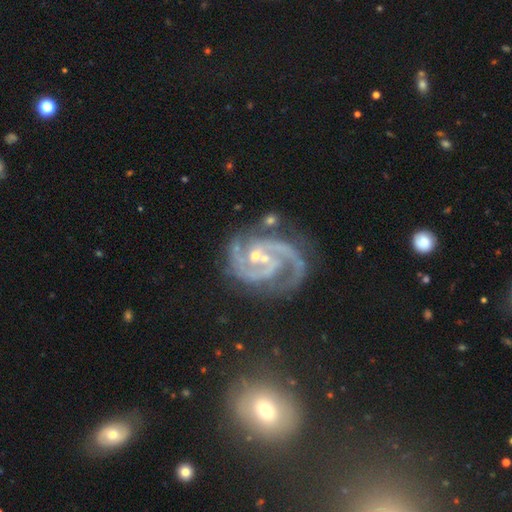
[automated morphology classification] featured or disk 92%, star or artifact 5%, smooth 3%. Down the decision tree: edge-on disk — no (98%); bar — no (50%); spiral arms — yes (98%); spiral arm count — 2 (65%); spiral winding — medium (55%); bulge size — small (72%); merging — none (57%).